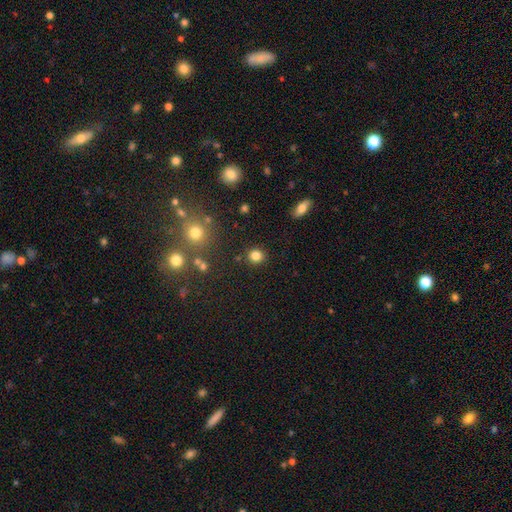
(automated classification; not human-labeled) smooth_or_featured: smooth (p=0.82) [alt: star or artifact p=0.13]
how_rounded: round (p=0.87) [alt: in between p=0.12]
merging: none (p=0.88) [alt: minor disturbance p=0.07]